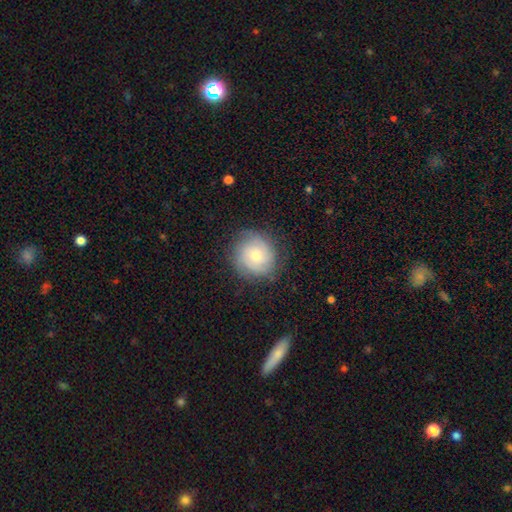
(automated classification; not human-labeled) This appears to be a featured or disk galaxy (54%) with no bar (79%), spiral arms (87%) and a moderate central bulge (51%). Merging: none (79%).